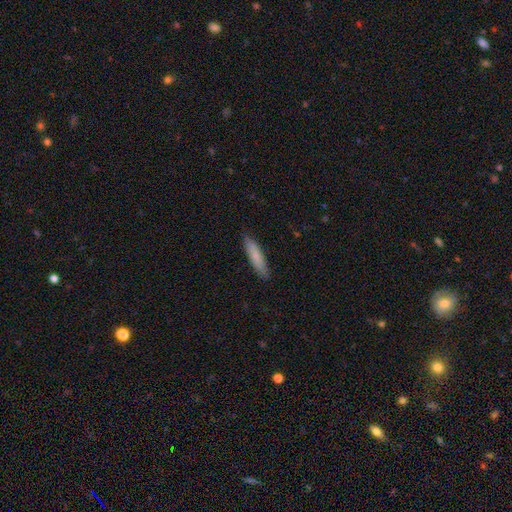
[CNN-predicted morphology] Smooth or featured?
  - smooth: 79% *
  - featured or disk: 15%
  - star or artifact: 6%
How rounded?
  - cigar-shaped: 83% *
  - in between: 15%
  - round: 1%
Merging?
  - none: 88% *
  - minor disturbance: 9%
  - major disturbance: 2%
  - merger: 1%